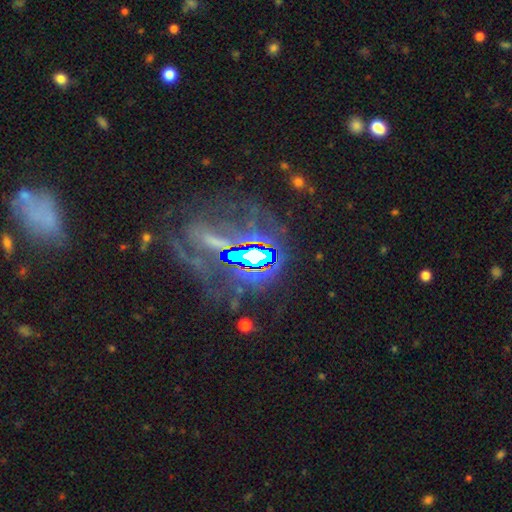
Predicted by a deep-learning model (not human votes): A star or artifact, not a galaxy (68%).